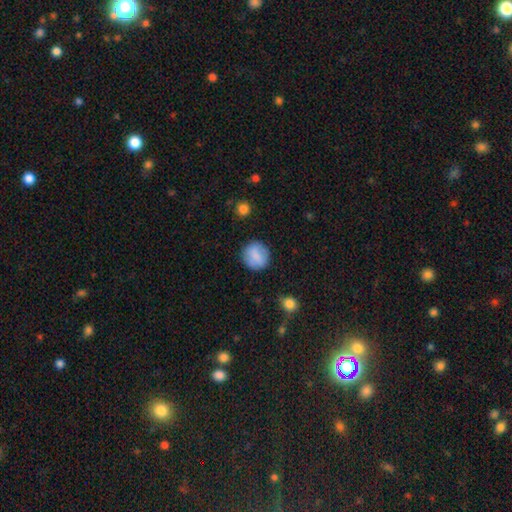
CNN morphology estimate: Smooth or featured?
  - smooth: 81% *
  - featured or disk: 12%
  - star or artifact: 7%
How rounded?
  - round: 86% *
  - in between: 13%
  - cigar-shaped: 1%
Merging?
  - none: 85% *
  - minor disturbance: 11%
  - major disturbance: 3%
  - merger: 1%